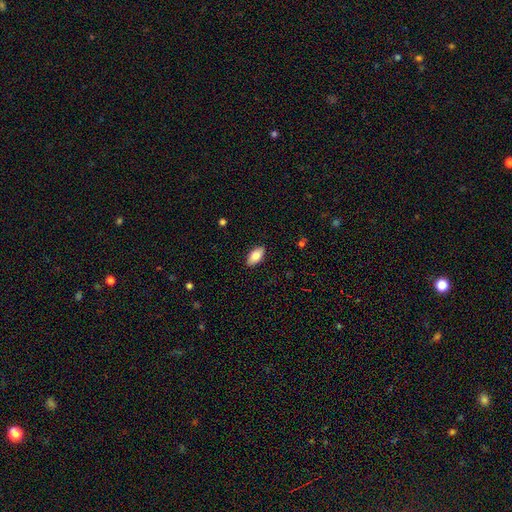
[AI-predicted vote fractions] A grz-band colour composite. It shows a smooth galaxy with no disk features (80%) that is in between round and cigar-shaped (91%). Merging: none (89%).